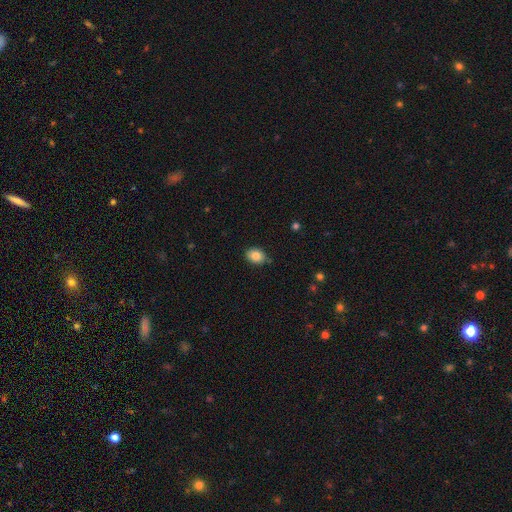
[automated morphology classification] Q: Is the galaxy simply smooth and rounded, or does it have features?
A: smooth — 85%.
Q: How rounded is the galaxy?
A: in between — 69%.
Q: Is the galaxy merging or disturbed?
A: none — 81%.